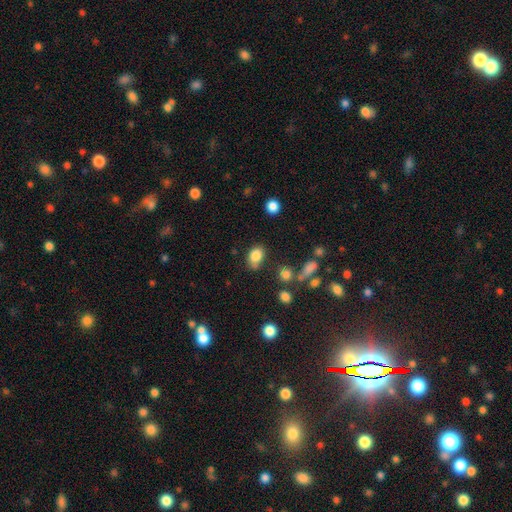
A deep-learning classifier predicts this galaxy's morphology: Smooth or featured: smooth — 84% (star or artifact — 10%)
How rounded: in between — 75% (round — 23%)
Merging: none — 62% (minor disturbance — 25%)